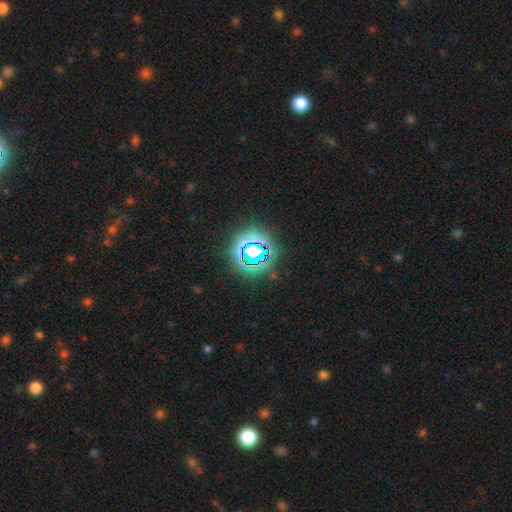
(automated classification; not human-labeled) smooth_or_featured: star or artifact (p=0.72) [alt: smooth p=0.17]